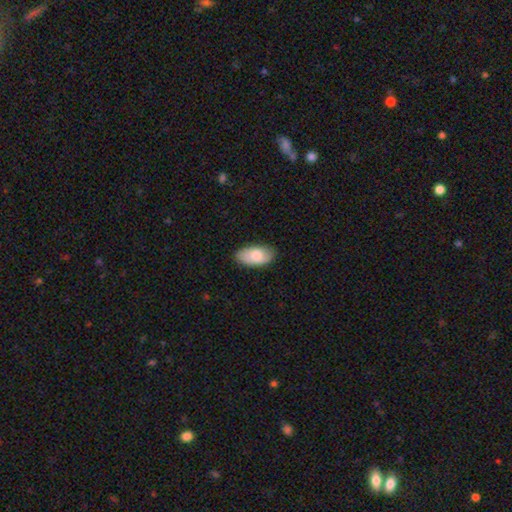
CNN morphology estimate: The model was most divided on "smooth or featured": smooth: 79%, featured or disk: 15%, star or artifact: 6%. More confident: how rounded — in between (95%); merging — none (80%).